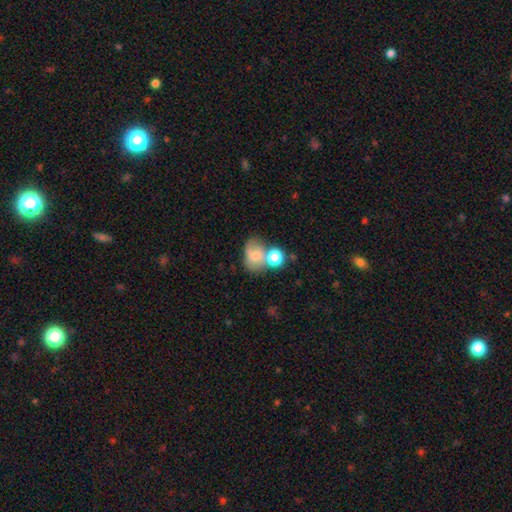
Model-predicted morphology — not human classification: smooth-or-featured: smooth: 64% | featured or disk: 23% | star or artifact: 13%
  how-rounded: in between: 53% | round: 46% | cigar-shaped: 1%
  merging: none: 35% | merger: 34% | minor disturbance: 18% | major disturbance: 12%